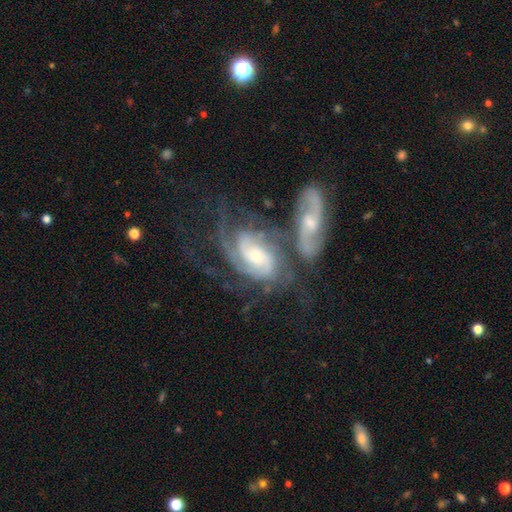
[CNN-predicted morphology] This appears to be a featured or disk galaxy (87%) with no bar (55%), 2 (40%) tight (48%) spiral arms (96%) and a small central bulge (47%). Merging: merger (38%).